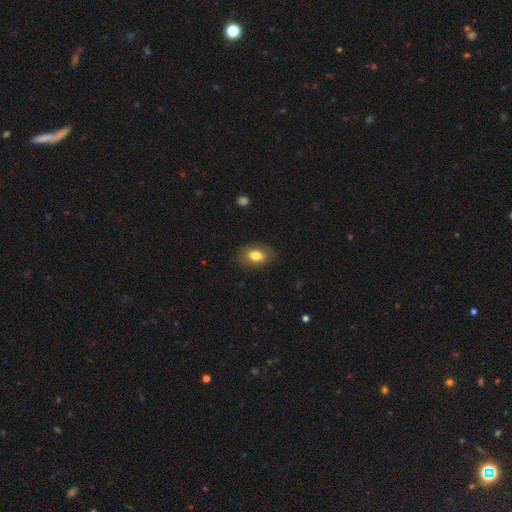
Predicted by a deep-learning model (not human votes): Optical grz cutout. It shows a smooth galaxy with no disk features (78%) that is in between round and cigar-shaped (83%). Merging: none (84%).